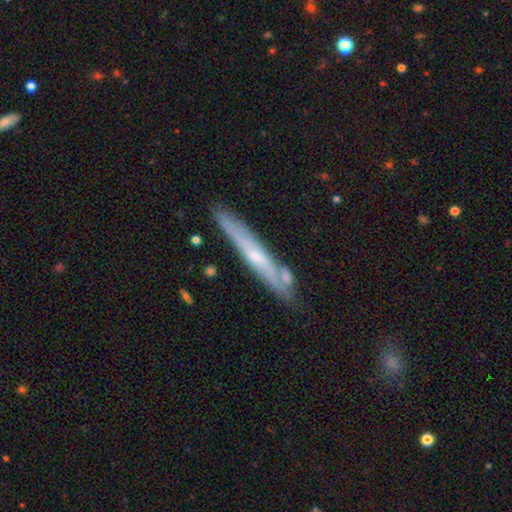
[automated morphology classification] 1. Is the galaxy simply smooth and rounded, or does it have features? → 62% featured or disk, 32% smooth, 6% star or artifact.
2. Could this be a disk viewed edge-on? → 88% yes, 12% no.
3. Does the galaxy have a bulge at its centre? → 56% rounded, 40% none, 4% boxy.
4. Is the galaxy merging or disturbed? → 78% none, 13% minor disturbance, 6% merger, 2% major disturbance.